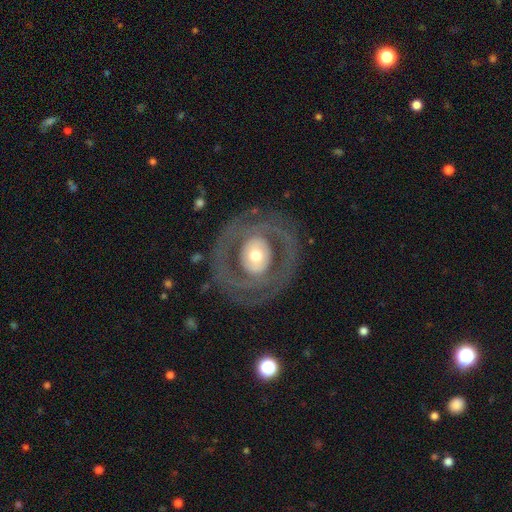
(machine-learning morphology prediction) Smooth or featured? featured or disk (71%)
Edge-on disk? no (96%)
Bar? no (71%)
Spiral arms? no (54%)
Bulge size? moderate (59%)
Merging? none (78%)